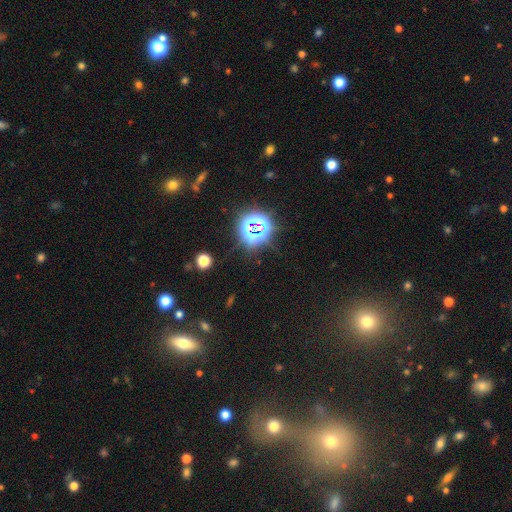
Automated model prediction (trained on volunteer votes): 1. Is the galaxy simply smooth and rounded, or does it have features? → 68% star or artifact, 21% smooth, 11% featured or disk.